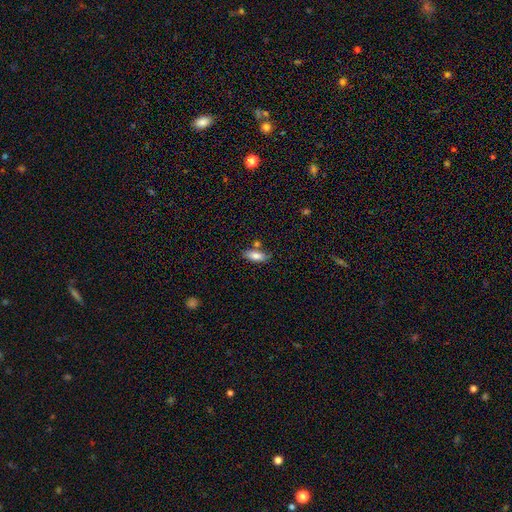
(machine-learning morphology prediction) The model was most divided on "merging": none: 66%, minor disturbance: 18%, merger: 12%, major disturbance: 4%. More confident: smooth or featured — smooth (78%); how rounded — in between (75%).